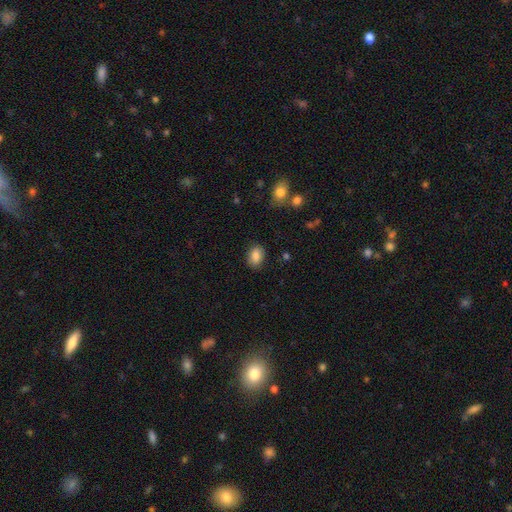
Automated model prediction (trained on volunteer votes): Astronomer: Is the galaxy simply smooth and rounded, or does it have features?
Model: smooth — 85%.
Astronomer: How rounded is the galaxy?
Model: in between — 79%.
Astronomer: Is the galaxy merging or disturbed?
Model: none — 84%.